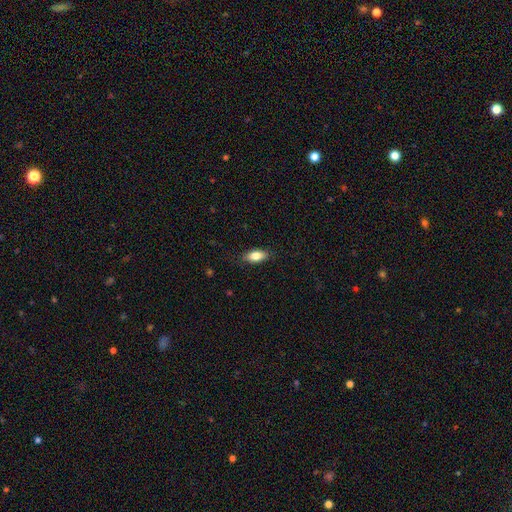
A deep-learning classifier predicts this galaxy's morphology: A smooth galaxy with no disk features (82%) that is in between round and cigar-shaped (86%).

Vote fractions:
- Smooth or featured? smooth: 82% / featured or disk: 11% / star or artifact: 7%
- How rounded? in between: 86% / cigar-shaped: 11% / round: 4%
- Merging? none: 84% / minor disturbance: 12% / major disturbance: 3% / merger: 1%